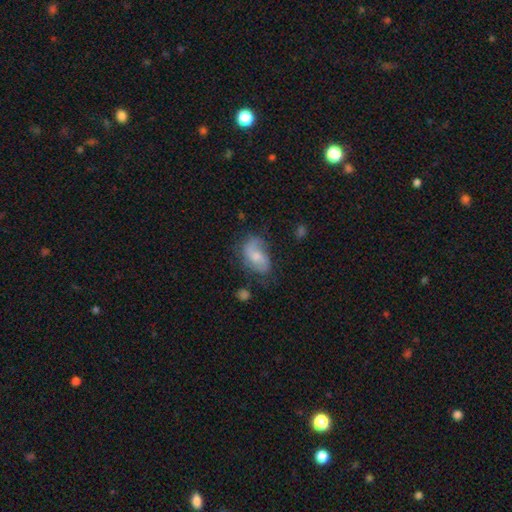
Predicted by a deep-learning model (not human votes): This is possibly a featured or disk galaxy (47%). Merging: possibly none (52%).